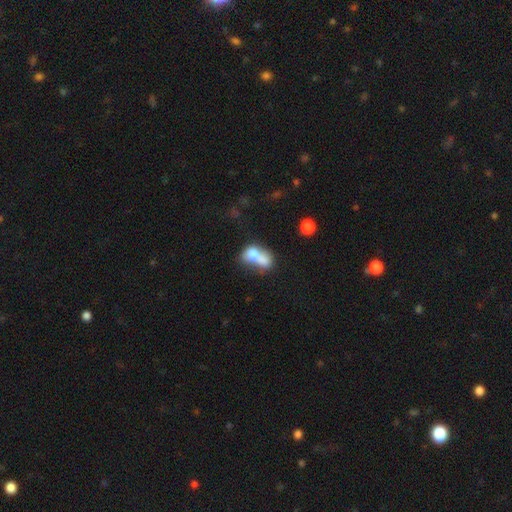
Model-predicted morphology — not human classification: A smooth galaxy with no disk features (69%) that is in between round and cigar-shaped (71%).

Vote fractions:
- Smooth or featured? smooth: 69% / featured or disk: 22% / star or artifact: 9%
- How rounded? in between: 71% / round: 26% / cigar-shaped: 3%
- Merging? merger: 72% / none: 14% / major disturbance: 7% / minor disturbance: 7%